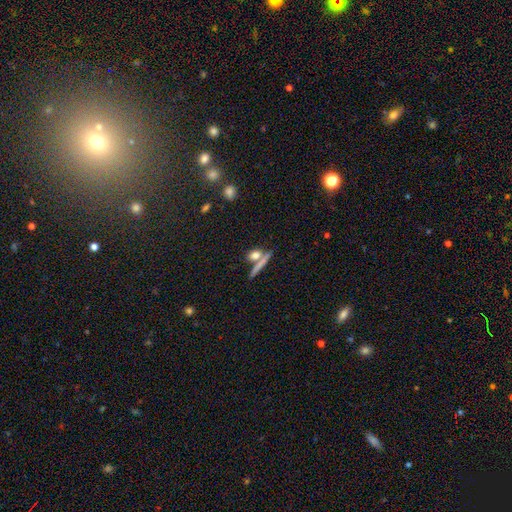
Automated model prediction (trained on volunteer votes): A smooth galaxy with no disk features (36%).

Vote fractions:
- Smooth or featured? smooth: 36% / featured or disk: 32% / star or artifact: 32%
- Merging? none: 67% / merger: 16% / minor disturbance: 10% / major disturbance: 7%